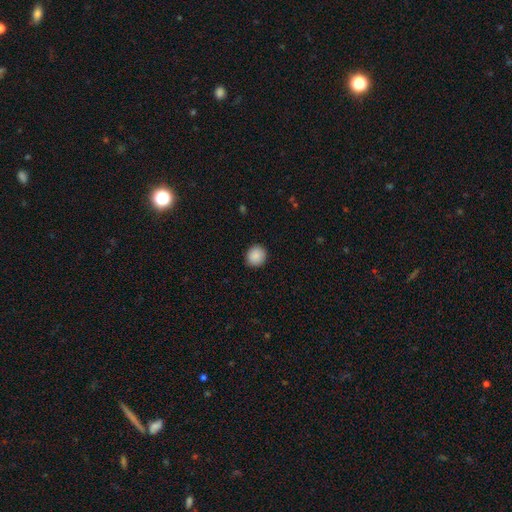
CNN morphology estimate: Smooth or featured?
  - smooth: 89% *
  - star or artifact: 8%
  - featured or disk: 3%
How rounded?
  - round: 89% *
  - in between: 10%
  - cigar-shaped: 1%
Merging?
  - none: 91% *
  - minor disturbance: 6%
  - major disturbance: 2%
  - merger: 1%